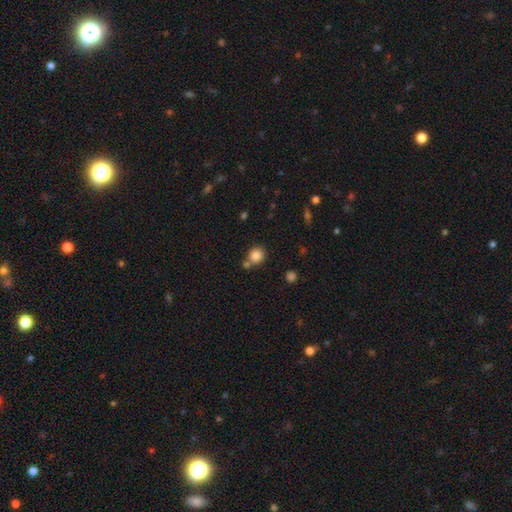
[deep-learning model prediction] This appears to be a smooth galaxy with no disk features (84%) that is round (84%). Merging: none (63%).